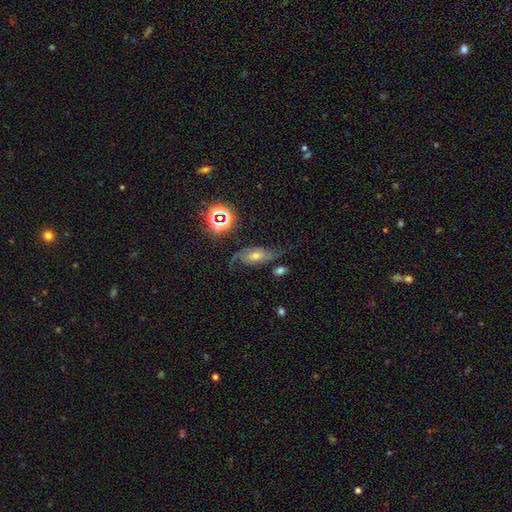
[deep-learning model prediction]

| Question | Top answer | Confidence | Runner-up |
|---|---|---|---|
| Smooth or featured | featured or disk | 56% | smooth (24%) |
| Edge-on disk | no | 89% | yes (11%) |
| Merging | none | 57% | minor disturbance (23%) |